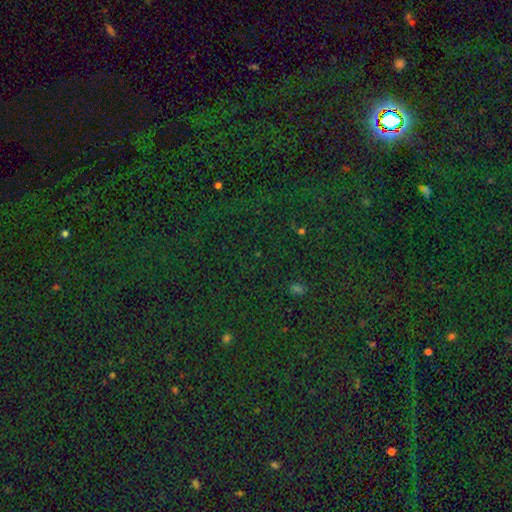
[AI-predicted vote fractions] Q: Smooth or featured?
A: star or artifact (81%); runner-up: smooth (12%)